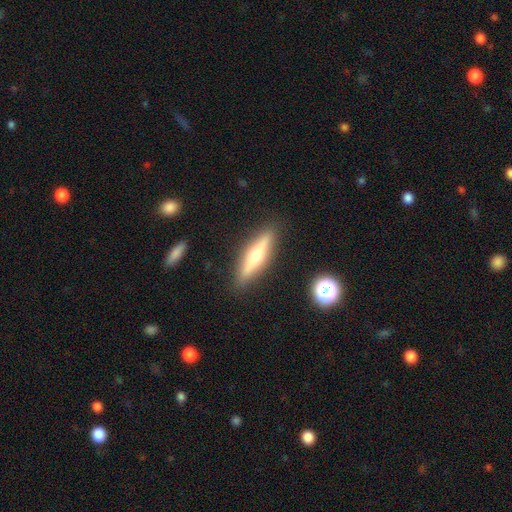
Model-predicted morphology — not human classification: A featured or disk galaxy (58%) viewed edge-on (94%) with a rounded central bulge (91%). Merging: none (88%).